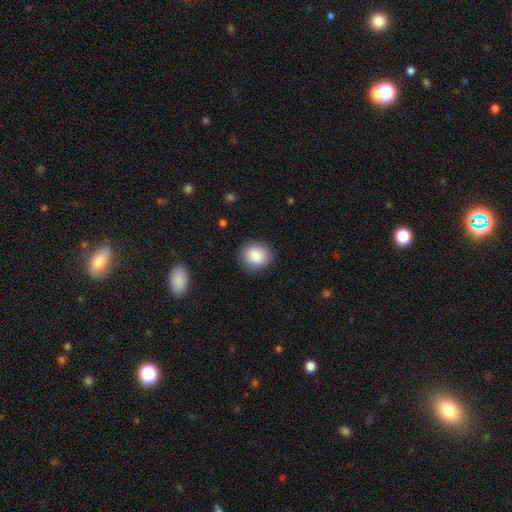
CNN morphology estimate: This is clearly a smooth galaxy (88%). How rounded: clearly round (81%). Merging: clearly none (88%).